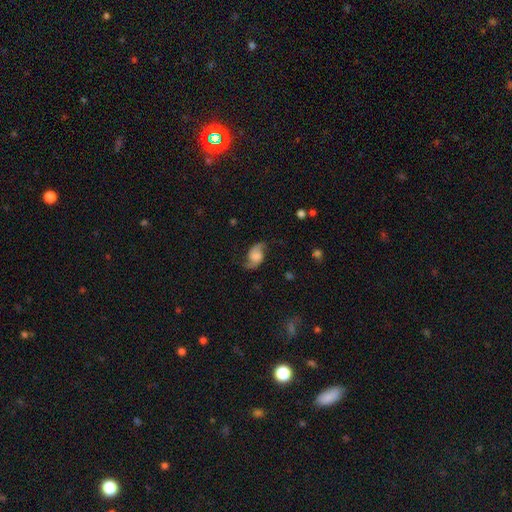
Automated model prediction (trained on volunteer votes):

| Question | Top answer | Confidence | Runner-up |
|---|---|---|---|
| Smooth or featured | featured or disk | 74% | smooth (18%) |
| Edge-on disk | no | 97% | yes (3%) |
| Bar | no | 58% | weak (34%) |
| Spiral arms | yes | 95% | no (5%) |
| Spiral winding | loose | 62% | medium (31%) |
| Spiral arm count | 2 | 92% | can't tell (2%) |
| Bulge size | none | 37% | large (24%) |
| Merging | none | 73% | minor disturbance (17%) |